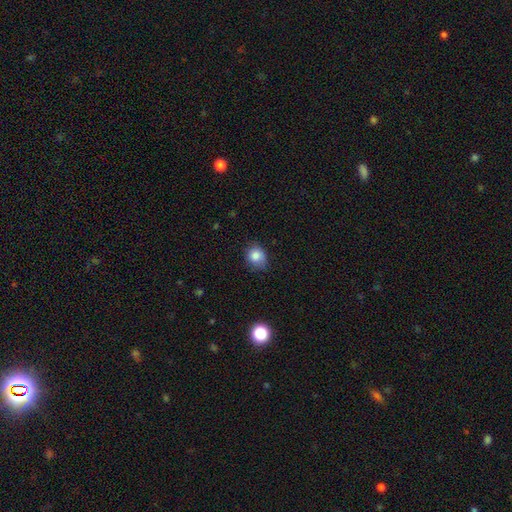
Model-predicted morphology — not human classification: Overall: smooth (83%). How rounded: round (65%; in between 34%). Merging: none (68%).